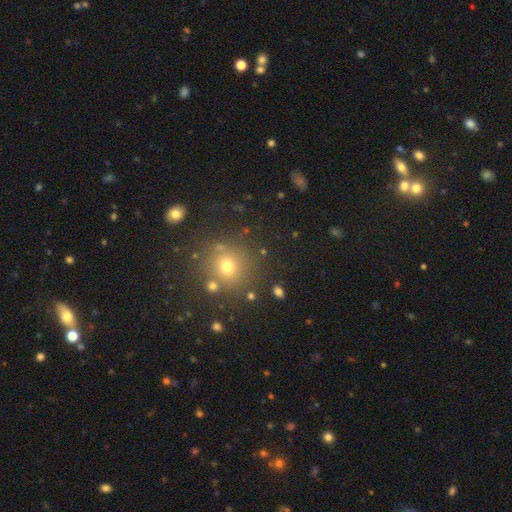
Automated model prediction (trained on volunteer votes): smooth-or-featured: smooth: 60% | star or artifact: 31% | featured or disk: 10%
  how-rounded: round: 91% | in between: 8% | cigar-shaped: 1%
  merging: none: 82% | minor disturbance: 8% | merger: 6% | major disturbance: 4%